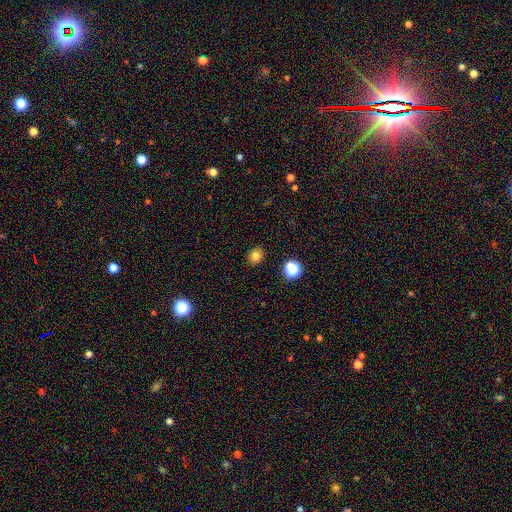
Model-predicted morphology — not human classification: This is clearly a smooth galaxy (80%). How rounded: likely round (75%). Merging: clearly none (90%).